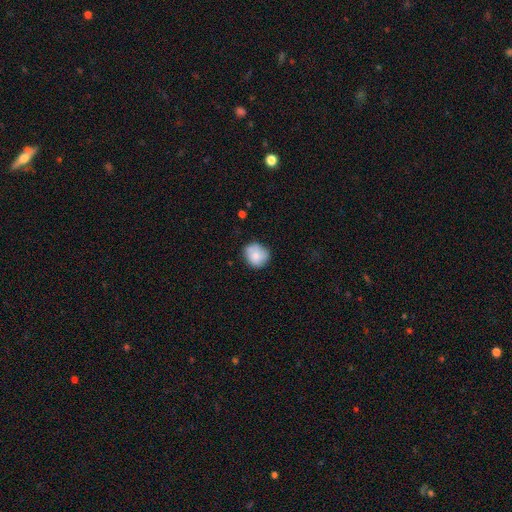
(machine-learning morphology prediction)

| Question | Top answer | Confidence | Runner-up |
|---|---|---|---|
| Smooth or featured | smooth | 77% | featured or disk (15%) |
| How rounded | round | 80% | in between (19%) |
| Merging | none | 73% | minor disturbance (21%) |